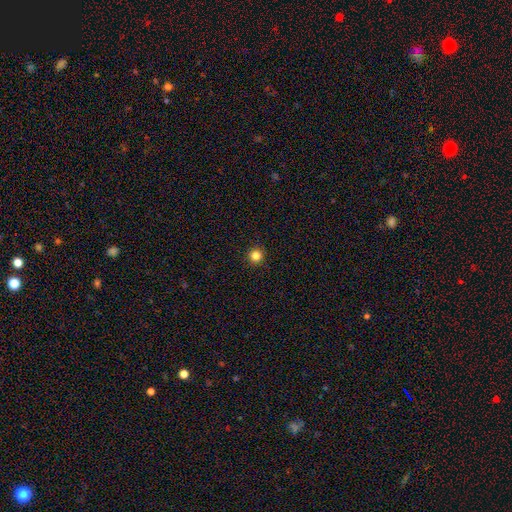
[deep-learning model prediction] Morphology: type=smooth (83%); roundness=round (95%); merging=none (93%).